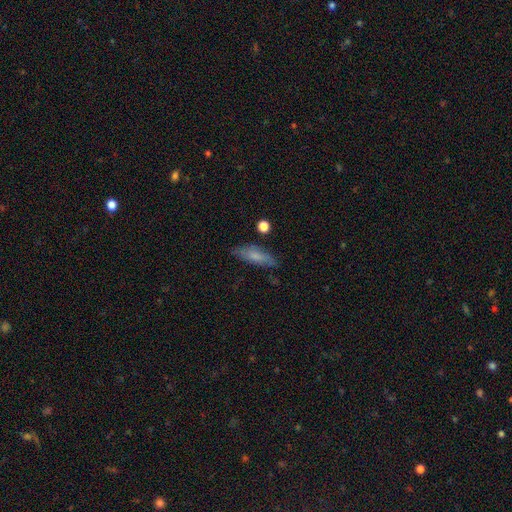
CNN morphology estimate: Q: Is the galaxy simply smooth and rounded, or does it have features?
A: smooth — 70%.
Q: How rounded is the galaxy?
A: cigar-shaped — 50%.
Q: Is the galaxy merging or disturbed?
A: none — 75%.